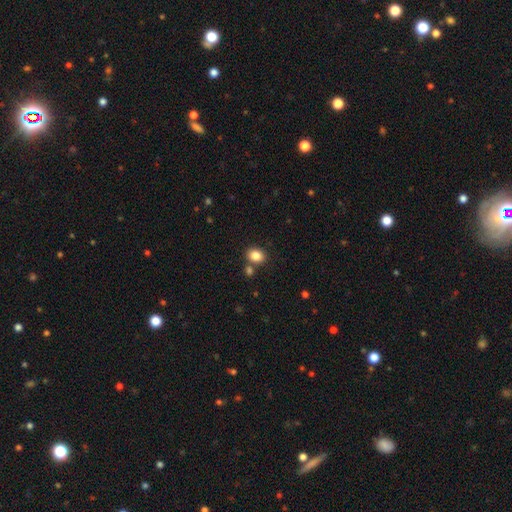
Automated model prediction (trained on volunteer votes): A smooth galaxy with no disk features (84%) that is in between round and cigar-shaped (51%). Merging: none (74%).